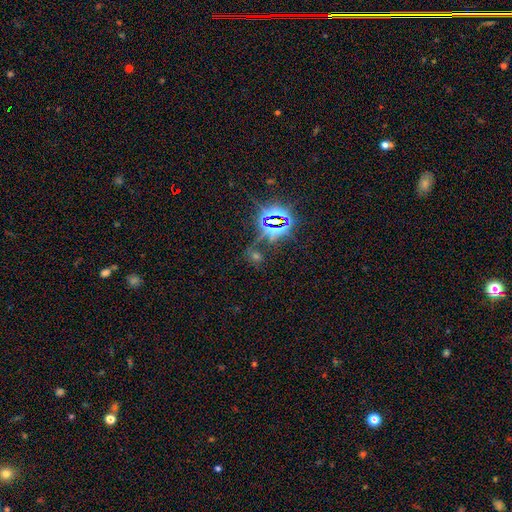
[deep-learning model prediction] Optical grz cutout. It shows a star or artifact, not a galaxy (69%).